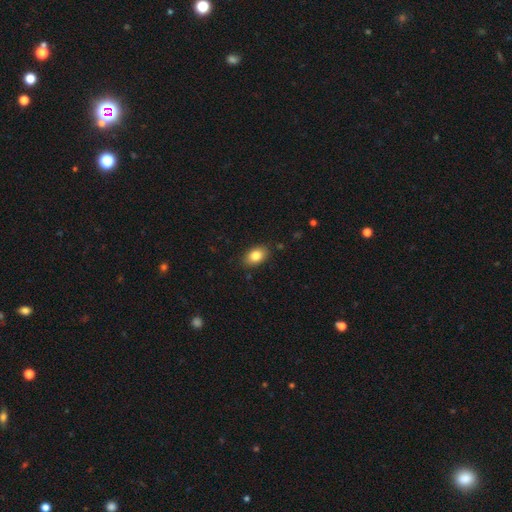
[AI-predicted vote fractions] A smooth galaxy with no disk features (83%) that is in between round and cigar-shaped (84%). Merging: none (86%).